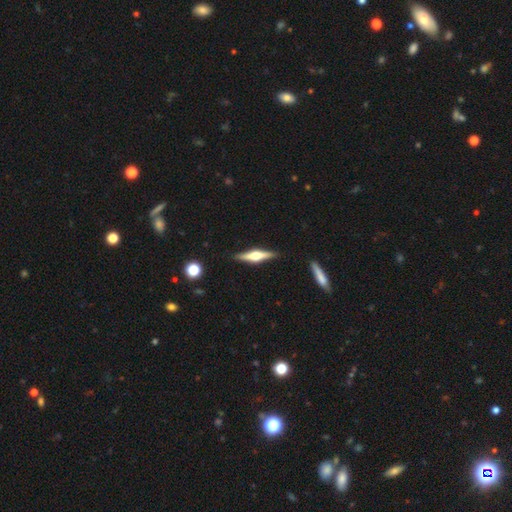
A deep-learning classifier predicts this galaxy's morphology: A featured or disk galaxy (72%) viewed edge-on (97%) with a rounded central bulge (93%). Merging: none (89%).